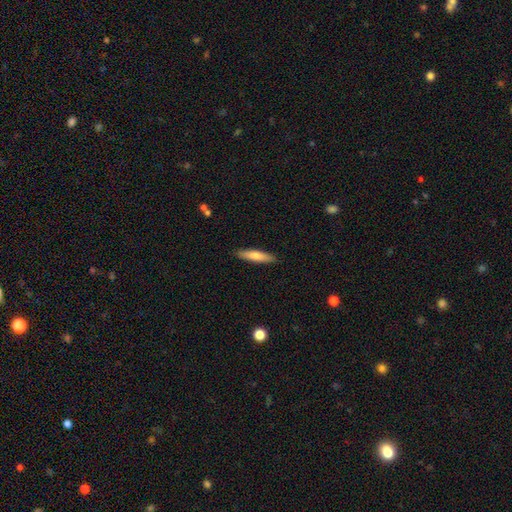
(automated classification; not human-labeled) This appears to be a smooth galaxy with no disk features (72%) that is cigar-shaped (80%). Merging: none (89%).